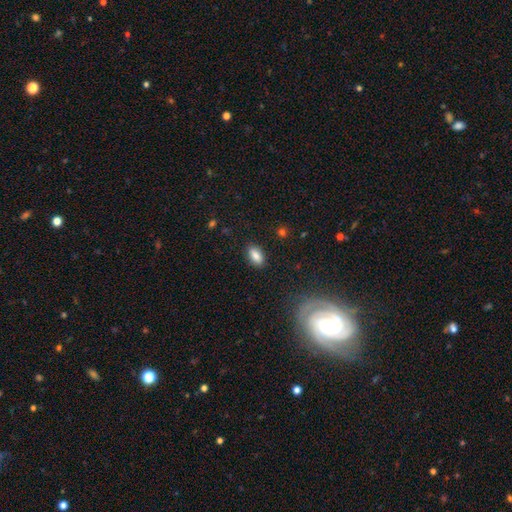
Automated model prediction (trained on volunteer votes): A smooth galaxy with no disk features (85%) that is in between round and cigar-shaped (90%). Merging: none (87%).